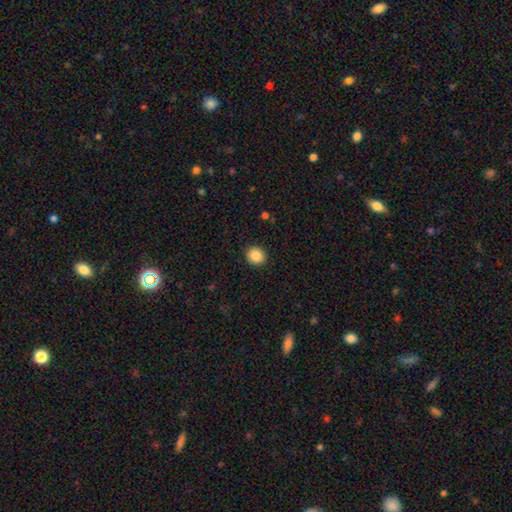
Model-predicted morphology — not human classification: type=smooth (87%); roundness=round (86%); merging=none (92%).